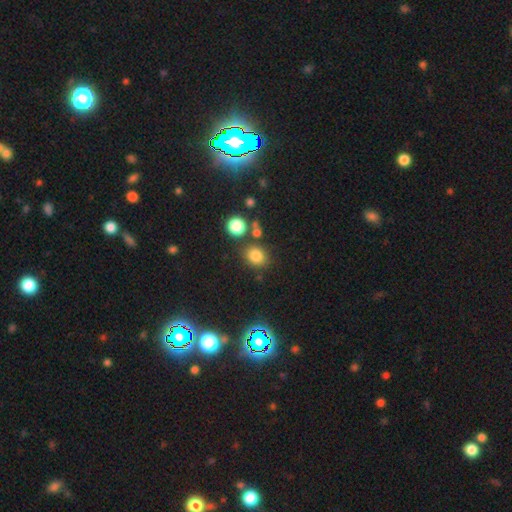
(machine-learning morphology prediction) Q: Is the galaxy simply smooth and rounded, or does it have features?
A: smooth — 78%.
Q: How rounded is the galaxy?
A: round — 59%.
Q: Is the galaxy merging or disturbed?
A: none — 74%.